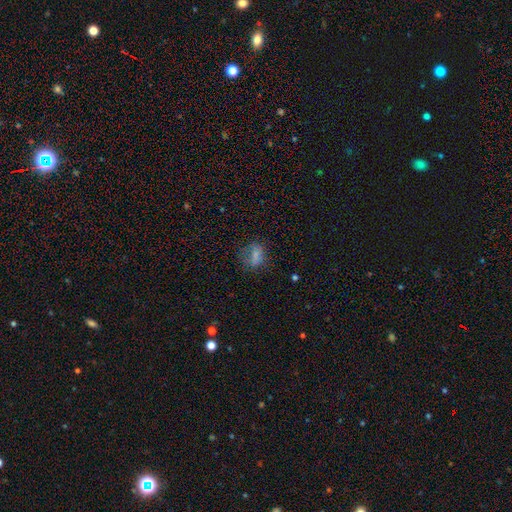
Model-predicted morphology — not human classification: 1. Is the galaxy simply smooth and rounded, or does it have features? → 68% smooth, 17% star or artifact, 15% featured or disk.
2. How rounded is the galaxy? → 65% in between, 29% round, 6% cigar-shaped.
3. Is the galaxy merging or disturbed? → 57% none, 23% minor disturbance, 18% major disturbance, 3% merger.